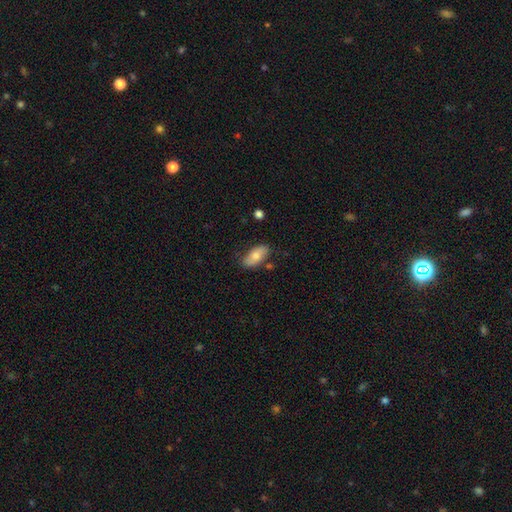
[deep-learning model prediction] Smooth or featured: smooth — 72% (featured or disk — 21%)
How rounded: in between — 91% (cigar-shaped — 6%)
Merging: none — 77% (minor disturbance — 17%)